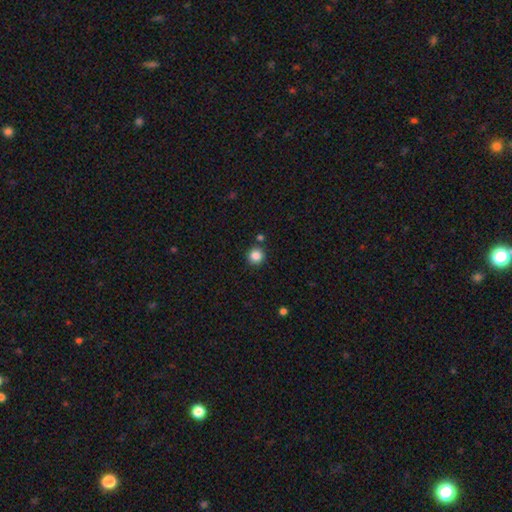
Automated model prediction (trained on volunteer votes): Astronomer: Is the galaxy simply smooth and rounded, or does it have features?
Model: smooth — 85%.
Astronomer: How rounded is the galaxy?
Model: round — 94%.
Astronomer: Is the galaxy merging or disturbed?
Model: none — 87%.